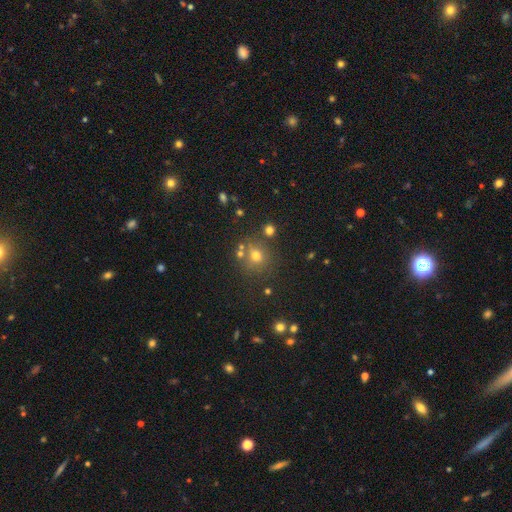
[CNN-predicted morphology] Smooth or featured? Predicted: smooth (p=0.67). How rounded? Predicted: round (p=0.87). Merging? Predicted: none (p=0.73).